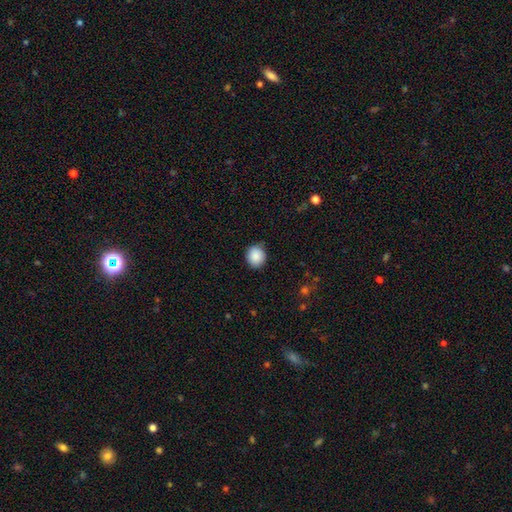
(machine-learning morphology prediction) A smooth galaxy with no disk features (89%) that is round (84%). Merging: none (83%).